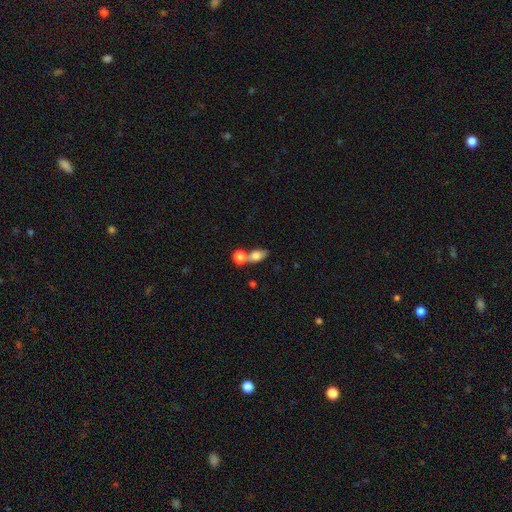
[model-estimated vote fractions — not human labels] Overall: smooth (77%). How rounded: in between (73%). Merging: merger (47%; none 38%).